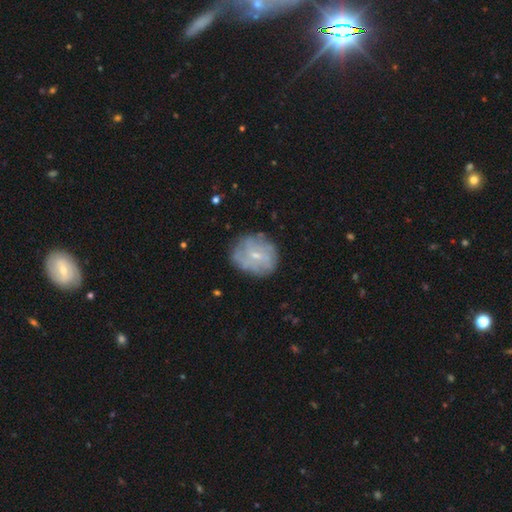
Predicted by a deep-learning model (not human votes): Smooth or featured: featured or disk — 53% (smooth — 38%)
Edge-on disk: no — 97% (yes — 3%)
Bar: no — 57% (weak — 37%)
Spiral arms: yes — 55% (no — 45%)
Bulge size: small — 75% (moderate — 19%)
Merging: none — 73% (minor disturbance — 18%)